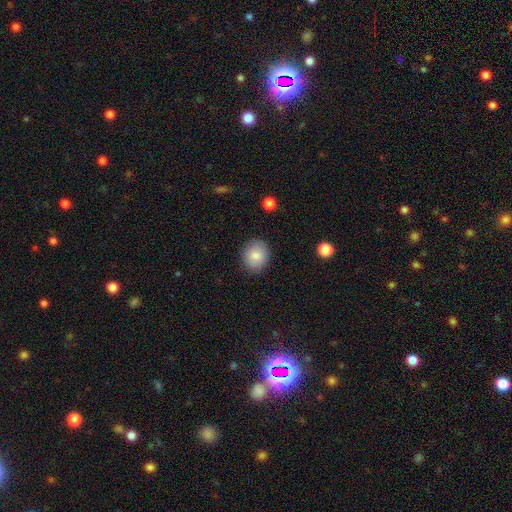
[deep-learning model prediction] Q: Smooth or featured?
A: smooth (83%); runner-up: featured or disk (9%)
Q: How rounded?
A: round (68%); runner-up: in between (31%)
Q: Merging?
A: none (86%); runner-up: minor disturbance (10%)